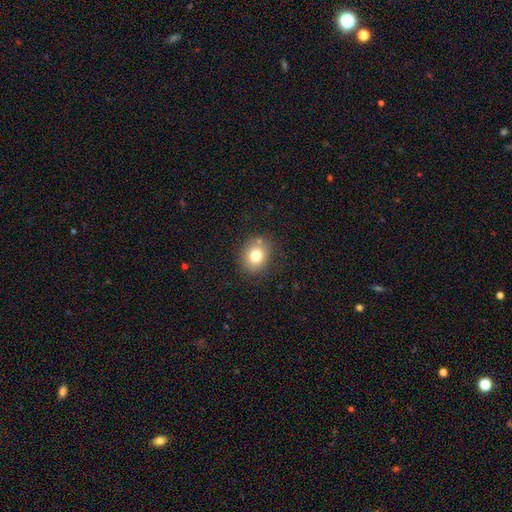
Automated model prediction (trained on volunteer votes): Q: Smooth or featured?
A: smooth (77%); runner-up: star or artifact (11%)
Q: How rounded?
A: round (60%); runner-up: in between (39%)
Q: Merging?
A: none (81%); runner-up: minor disturbance (12%)